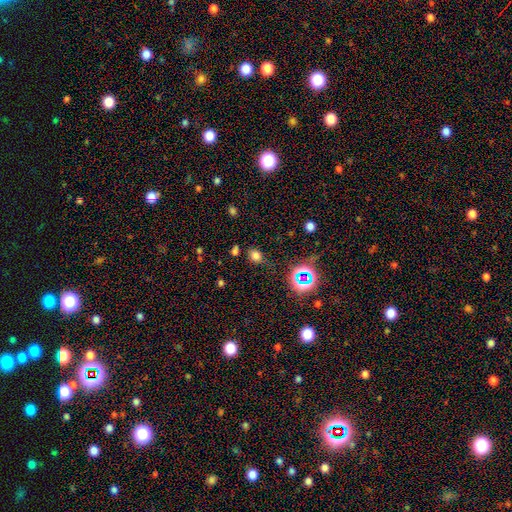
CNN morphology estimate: smooth_or_featured: smooth (p=0.69) [alt: star or artifact p=0.24]
how_rounded: in between (p=0.54) [alt: round p=0.45]
merging: none (p=0.78) [alt: minor disturbance p=0.14]